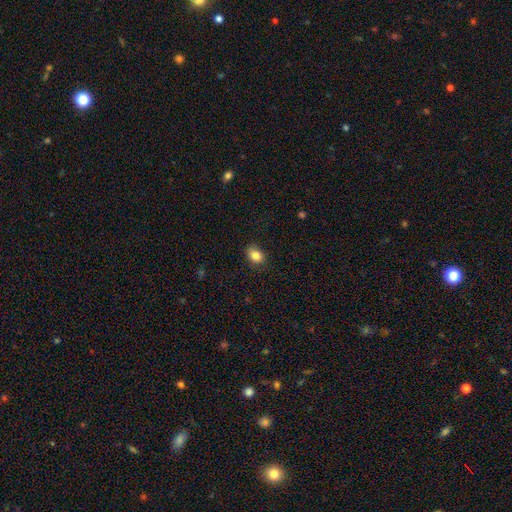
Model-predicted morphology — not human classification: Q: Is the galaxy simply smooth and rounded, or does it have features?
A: smooth — 84%.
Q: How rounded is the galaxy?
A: in between — 65%.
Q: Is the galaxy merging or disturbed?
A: none — 82%.